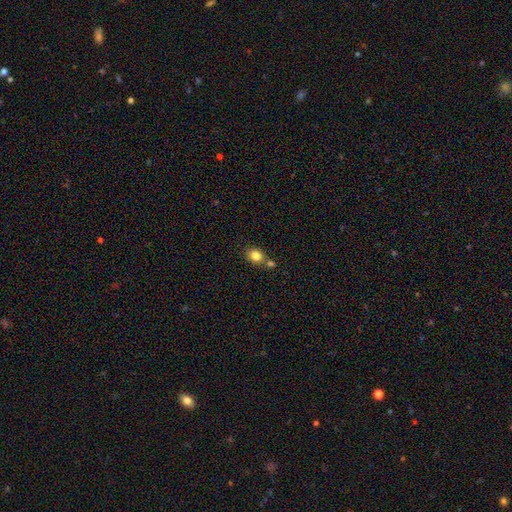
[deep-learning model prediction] Smooth or featured?
  - smooth: 82% *
  - star or artifact: 10%
  - featured or disk: 8%
How rounded?
  - round: 62% *
  - in between: 37%
  - cigar-shaped: 1%
Merging?
  - none: 61% *
  - merger: 25%
  - minor disturbance: 11%
  - major disturbance: 3%